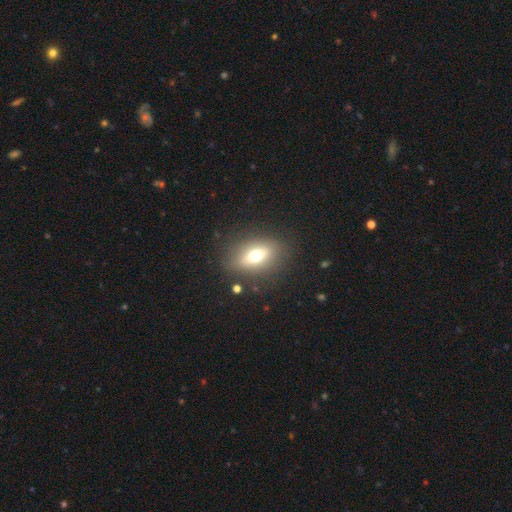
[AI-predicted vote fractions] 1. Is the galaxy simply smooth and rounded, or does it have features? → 61% smooth, 27% featured or disk, 12% star or artifact.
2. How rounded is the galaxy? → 72% in between, 22% round, 7% cigar-shaped.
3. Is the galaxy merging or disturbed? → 82% none, 11% minor disturbance, 5% major disturbance, 2% merger.